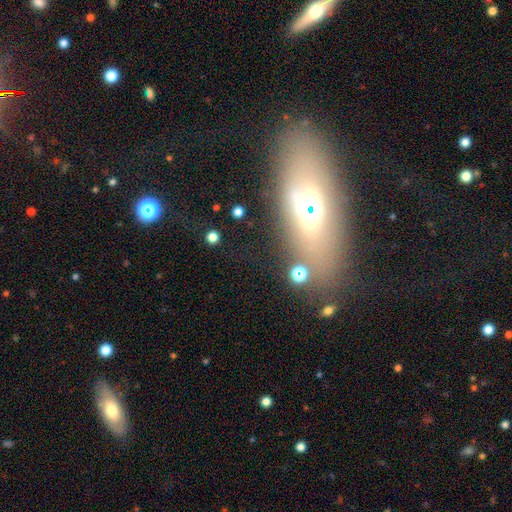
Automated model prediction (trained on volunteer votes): smooth_or_featured: smooth (p=0.44) [alt: featured or disk p=0.39]
merging: none (p=0.77) [alt: minor disturbance p=0.14]